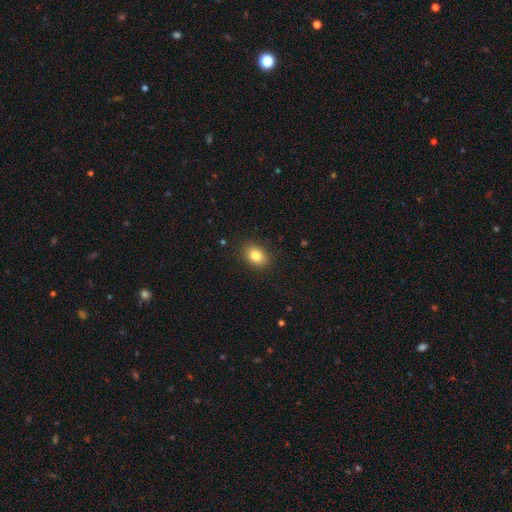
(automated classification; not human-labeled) Overall: smooth (83%). How rounded: in between (72%). Merging: none (88%).